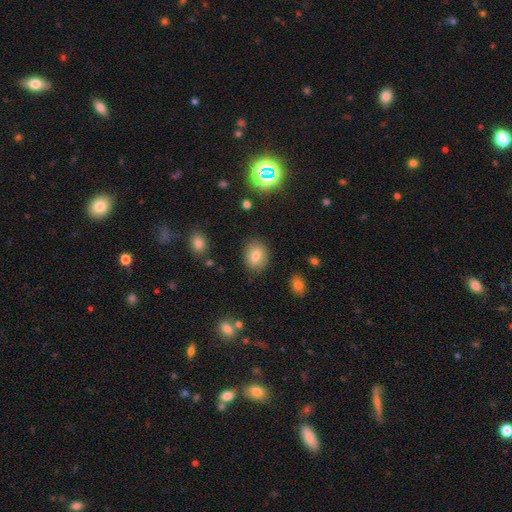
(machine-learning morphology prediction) Overall: smooth (76%). How rounded: in between (58%; round 41%). Merging: none (84%).